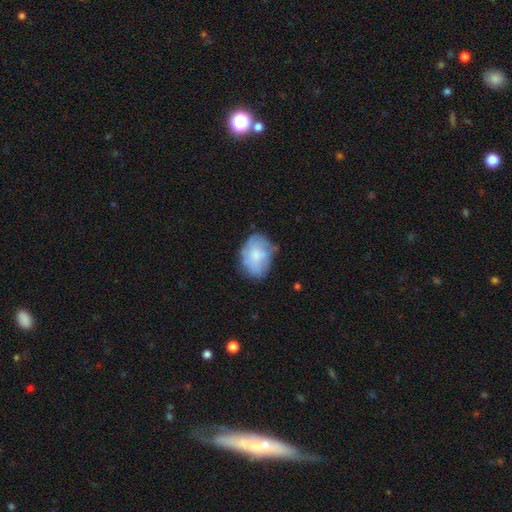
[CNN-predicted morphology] This appears to be a smooth galaxy with no disk features (61%) that is in between round and cigar-shaped (76%). Merging: none (53%).